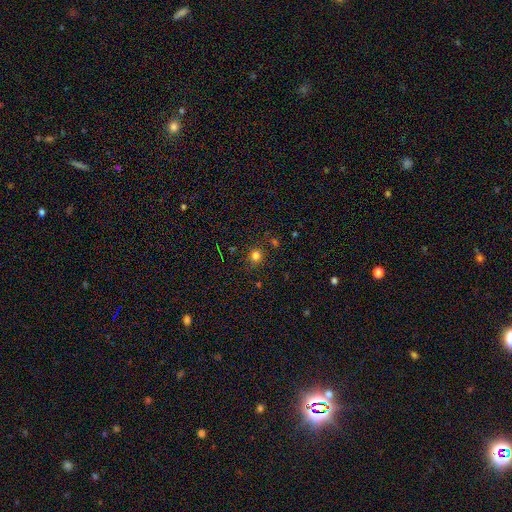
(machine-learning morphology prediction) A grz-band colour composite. It shows a smooth galaxy with no disk features (78%) that is round (87%). Merging: none (84%).